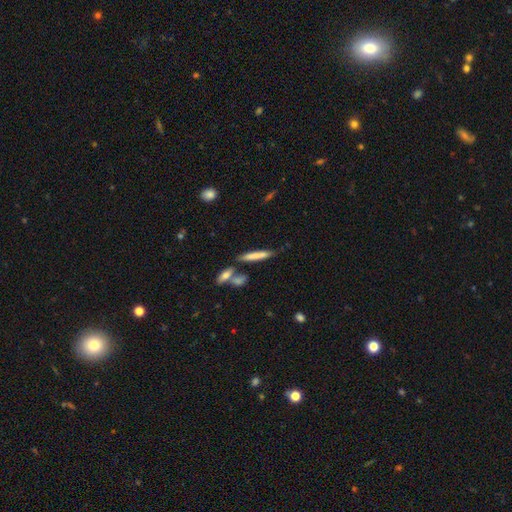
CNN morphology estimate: Smooth or featured? Predicted: smooth (p=0.71). How rounded? Predicted: cigar-shaped (p=0.89). Merging? Predicted: none (p=0.68).